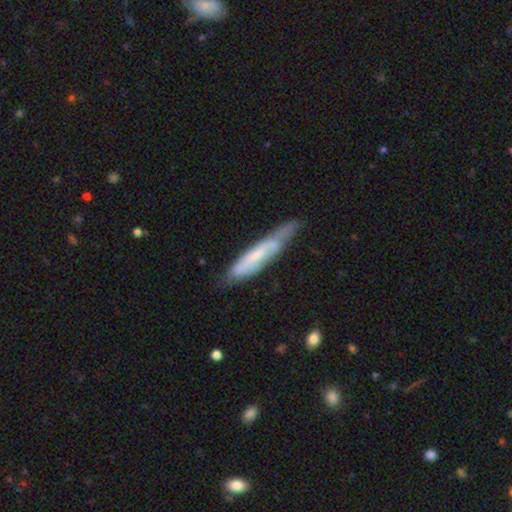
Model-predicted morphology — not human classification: Smooth or featured? featured or disk (51%)
Edge-on disk? yes (53%)
Merging? none (54%)